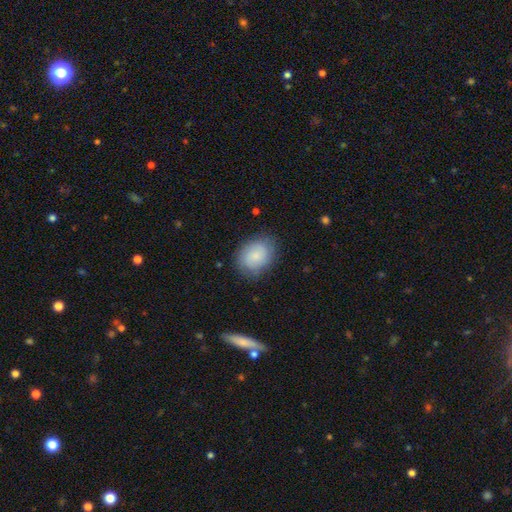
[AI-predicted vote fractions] Morphology: type=smooth (75%); roundness=in between (60%); merging=none (78%).